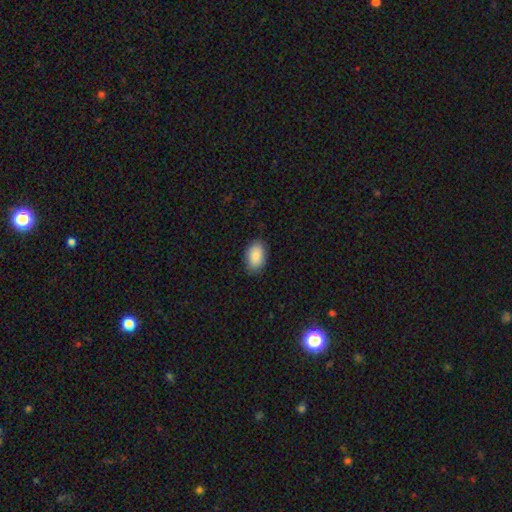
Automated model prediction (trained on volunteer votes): smooth 88%, star or artifact 7%, featured or disk 5%. Down the decision tree: how rounded — in between (90%); merging — none (85%).